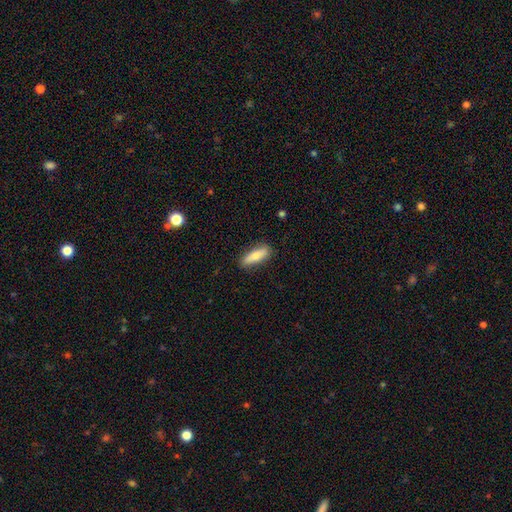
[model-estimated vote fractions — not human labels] The model was most divided on "how rounded": cigar-shaped: 53%, in between: 45%, round: 2%. More confident: merging — none (83%); smooth or featured — smooth (79%).